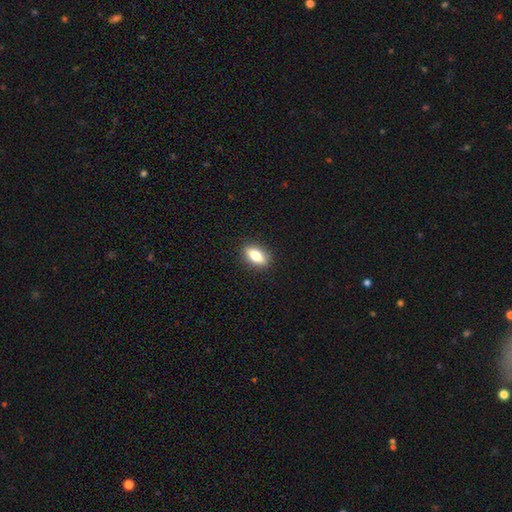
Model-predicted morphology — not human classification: Overall: smooth (73%). How rounded: in between (79%). Merging: none (88%).